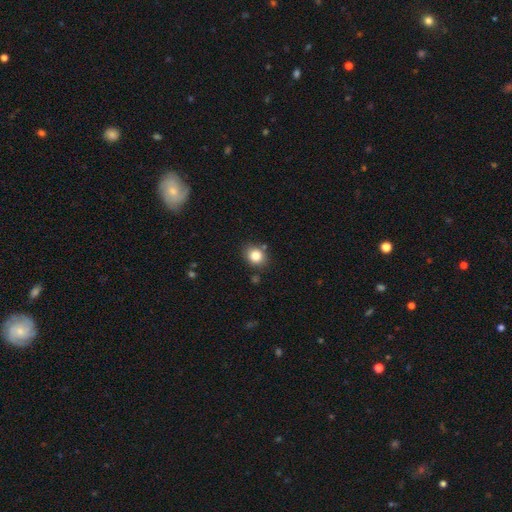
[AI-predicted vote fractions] Smooth or featured? Predicted: smooth (p=0.83). How rounded? Predicted: round (p=0.65). Merging? Predicted: none (p=0.80).